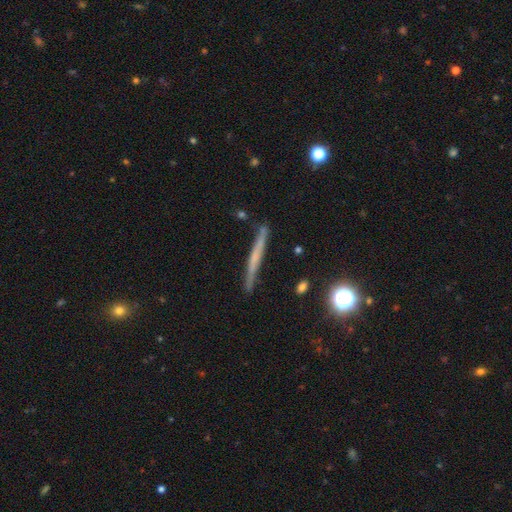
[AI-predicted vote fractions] Smooth or featured: featured or disk — 52% (smooth — 38%)
Edge-on disk: yes — 96% (no — 4%)
Edge-on bulge: none — 76% (rounded — 17%)
Merging: none — 88% (minor disturbance — 9%)